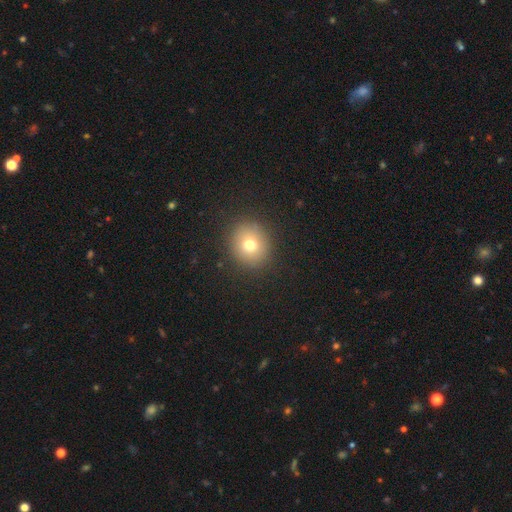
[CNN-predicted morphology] Smooth or featured? smooth (72%)
How rounded? round (85%)
Merging? none (92%)